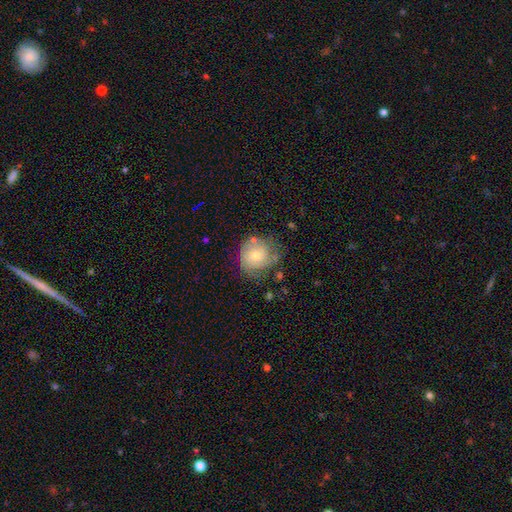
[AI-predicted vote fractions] This is possibly a smooth galaxy (57%). How rounded: clearly round (82%). Merging: possibly none (56%).